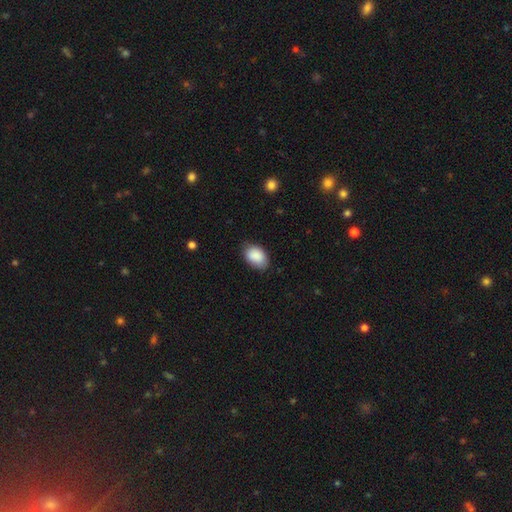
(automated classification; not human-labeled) Smooth or featured?
  - smooth: 89% *
  - star or artifact: 7%
  - featured or disk: 4%
How rounded?
  - in between: 89% *
  - round: 10%
  - cigar-shaped: 1%
Merging?
  - none: 77% *
  - minor disturbance: 19%
  - major disturbance: 3%
  - merger: 1%